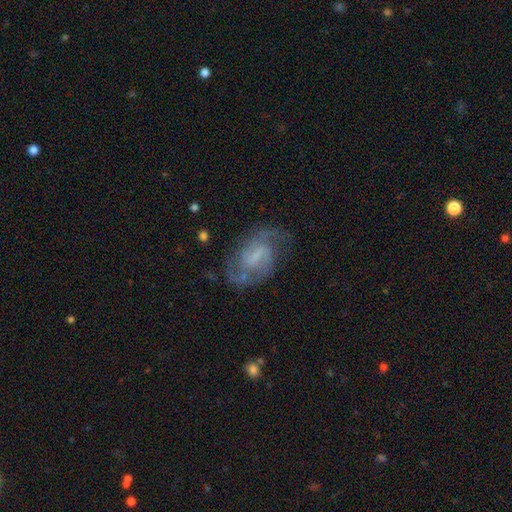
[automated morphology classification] smooth_or_featured: featured or disk (p=0.82) [alt: smooth p=0.11]
disk_edge_on: no (p=0.97) [alt: yes p=0.03]
bar: weak (p=0.55) [alt: no p=0.26]
has_spiral_arms: yes (p=0.95) [alt: no p=0.05]
spiral_winding: medium (p=0.53) [alt: tight p=0.27]
spiral_arm_count: 2 (p=0.79) [alt: can't tell p=0.10]
bulge_size: none (p=0.39) [alt: small p=0.36]
merging: none (p=0.70) [alt: minor disturbance p=0.18]